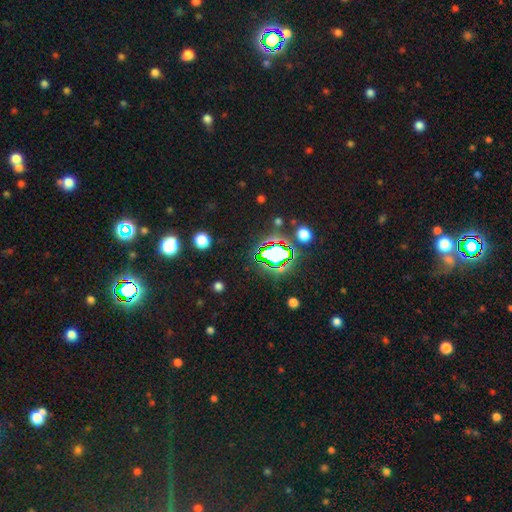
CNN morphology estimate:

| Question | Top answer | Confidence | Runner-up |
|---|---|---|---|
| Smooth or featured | star or artifact | 81% | smooth (12%) |